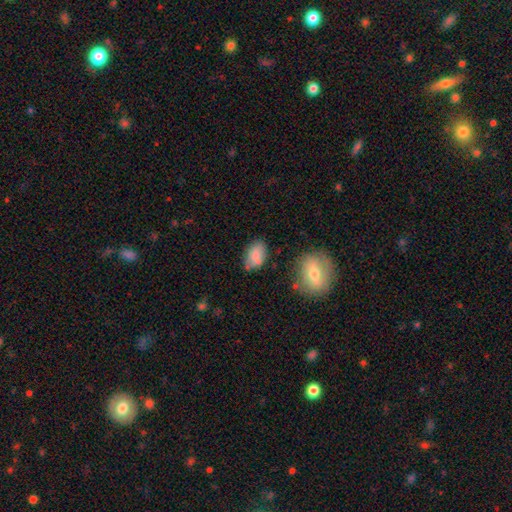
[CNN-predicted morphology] Smooth or featured: smooth — 81% (featured or disk — 11%)
How rounded: in between — 89% (round — 9%)
Merging: none — 63% (minor disturbance — 25%)